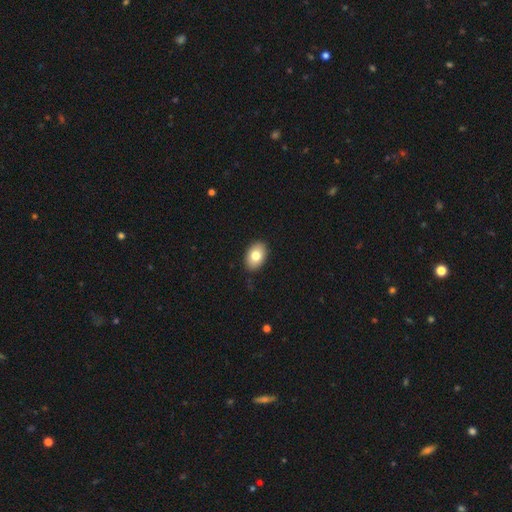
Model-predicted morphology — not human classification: A smooth galaxy with no disk features (79%) that is in between round and cigar-shaped (85%). Merging: none (88%).